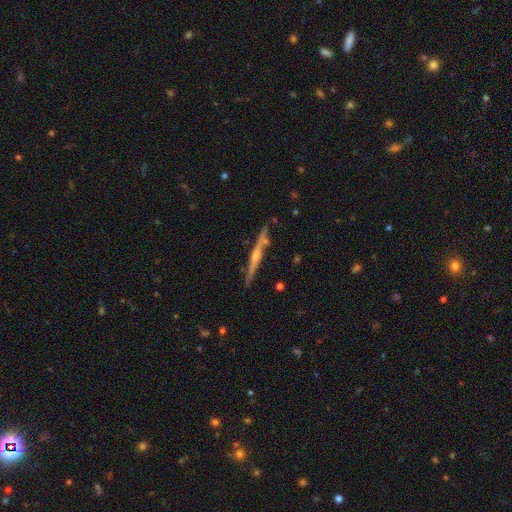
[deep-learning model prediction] featured or disk 75%, smooth 19%, star or artifact 6%. Down the decision tree: edge-on disk — yes (97%); edge-on bulge — rounded (72%); merging — none (82%).